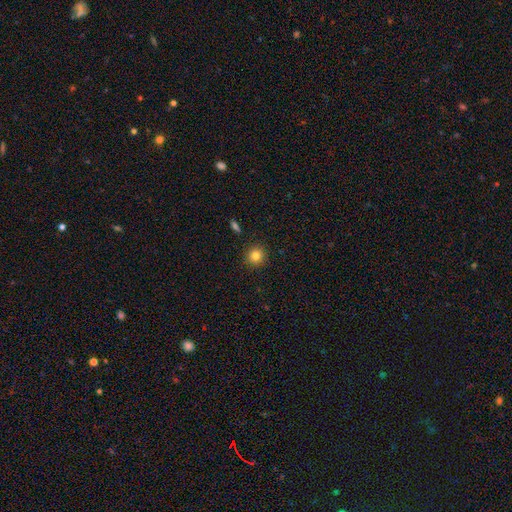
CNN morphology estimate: Smooth or featured? Predicted: smooth (p=0.83). How rounded? Predicted: round (p=0.93). Merging? Predicted: none (p=0.91).